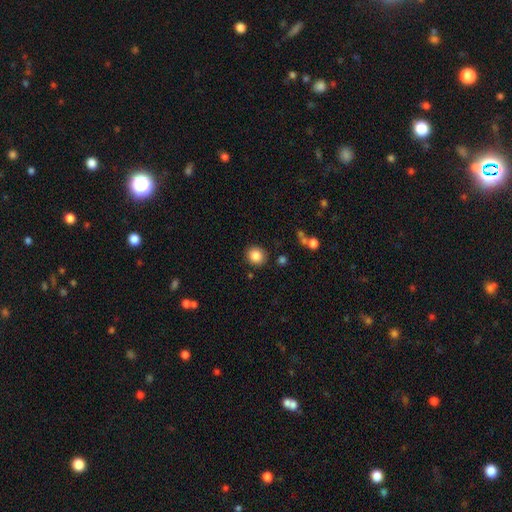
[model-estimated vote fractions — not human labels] Smooth or featured? Predicted: smooth (p=0.86). How rounded? Predicted: round (p=0.79). Merging? Predicted: none (p=0.87).